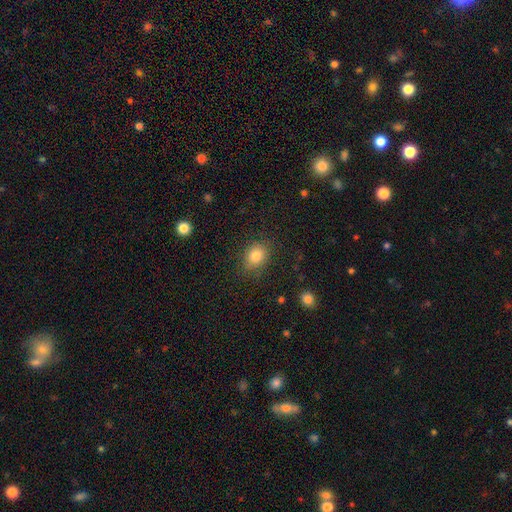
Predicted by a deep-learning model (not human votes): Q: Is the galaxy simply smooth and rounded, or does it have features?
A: smooth — 84%.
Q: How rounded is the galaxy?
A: in between — 55%.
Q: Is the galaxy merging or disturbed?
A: none — 81%.